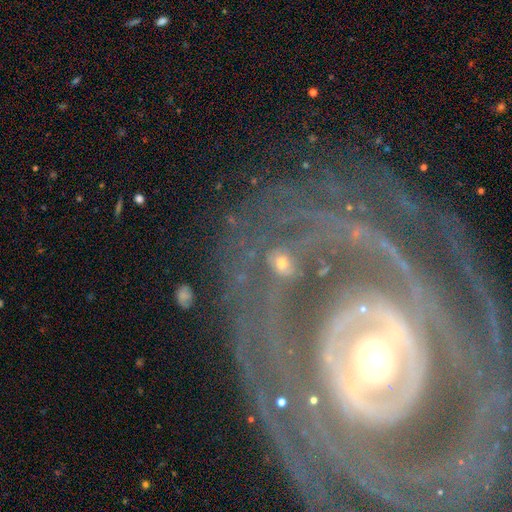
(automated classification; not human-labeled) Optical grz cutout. It shows a featured or disk galaxy (86%) with no bar (41%), tight (76%) spiral arms (85%) and a moderate central bulge (59%). Merging: none (73%).